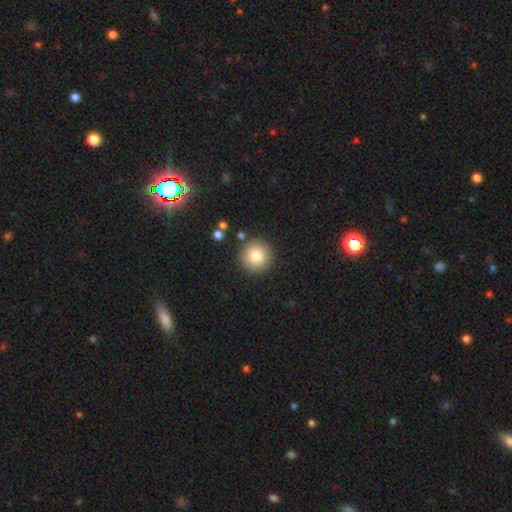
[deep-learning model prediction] Smooth or featured?
  - smooth: 82% *
  - star or artifact: 10%
  - featured or disk: 9%
How rounded?
  - round: 95% *
  - in between: 4%
  - cigar-shaped: 1%
Merging?
  - none: 88% *
  - minor disturbance: 7%
  - merger: 3%
  - major disturbance: 2%